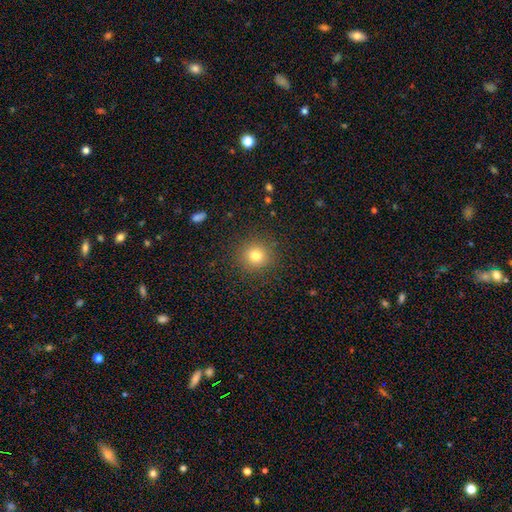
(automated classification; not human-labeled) A smooth galaxy with no disk features (79%) that is round (93%).

Vote fractions:
- Smooth or featured? smooth: 79% / star or artifact: 14% / featured or disk: 7%
- How rounded? round: 93% / in between: 6% / cigar-shaped: 1%
- Merging? none: 90% / minor disturbance: 6% / major disturbance: 3% / merger: 1%